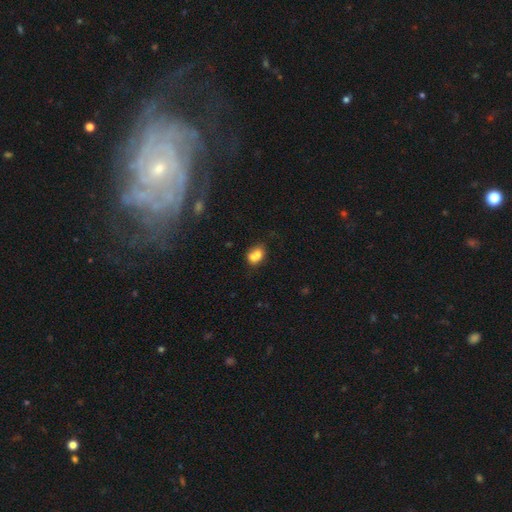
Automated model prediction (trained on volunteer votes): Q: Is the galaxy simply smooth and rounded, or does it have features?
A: smooth — 71%.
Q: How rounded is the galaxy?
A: in between — 50%.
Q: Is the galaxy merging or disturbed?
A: merger — 58%.